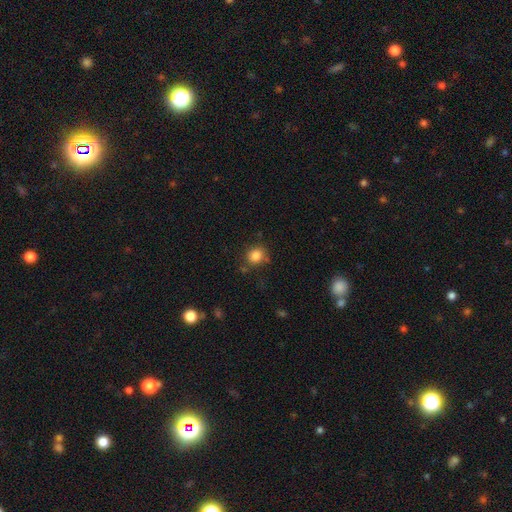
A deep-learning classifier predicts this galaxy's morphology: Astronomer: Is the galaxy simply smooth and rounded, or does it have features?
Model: smooth — 84%.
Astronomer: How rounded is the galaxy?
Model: round — 75%.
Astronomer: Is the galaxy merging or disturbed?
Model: none — 74%.